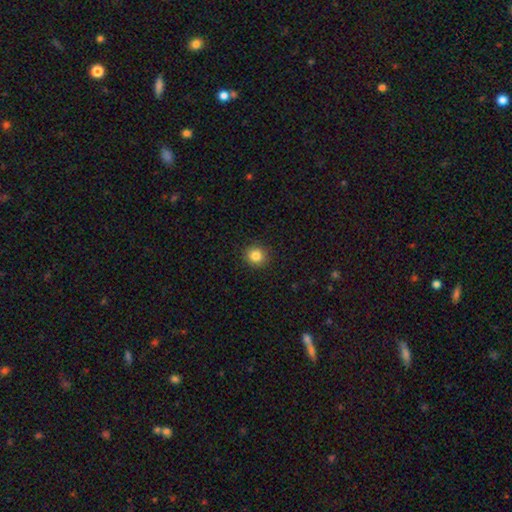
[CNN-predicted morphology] Smooth or featured?
  - smooth: 84% *
  - star or artifact: 11%
  - featured or disk: 5%
How rounded?
  - round: 90% *
  - in between: 9%
  - cigar-shaped: 1%
Merging?
  - none: 91% *
  - minor disturbance: 6%
  - major disturbance: 2%
  - merger: 1%